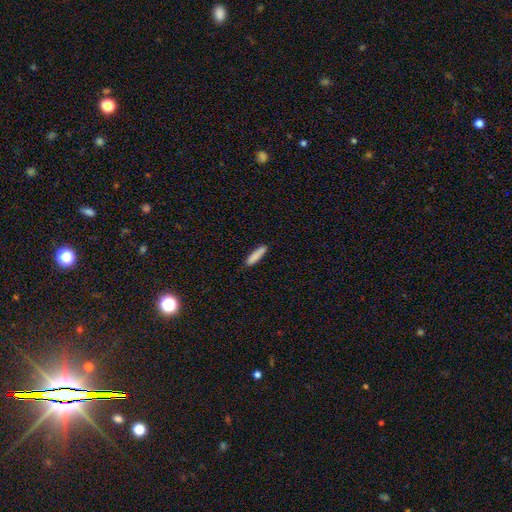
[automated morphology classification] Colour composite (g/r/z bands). It shows a smooth galaxy with no disk features (87%) that is cigar-shaped (81%). Merging: none (87%).